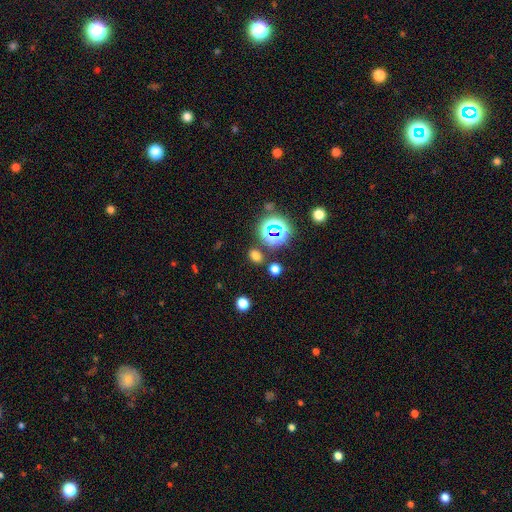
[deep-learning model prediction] This is likely a smooth galaxy (64%). How rounded: possibly in between (58%). Merging: likely none (80%).